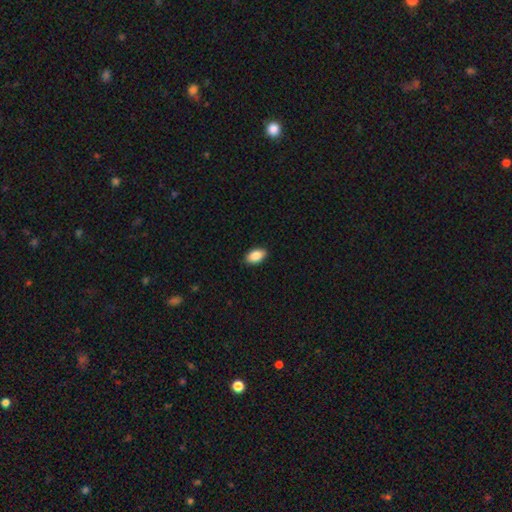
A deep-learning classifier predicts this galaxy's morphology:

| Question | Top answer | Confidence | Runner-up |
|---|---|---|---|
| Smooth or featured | smooth | 88% | star or artifact (7%) |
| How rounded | in between | 93% | round (5%) |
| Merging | none | 89% | minor disturbance (8%) |